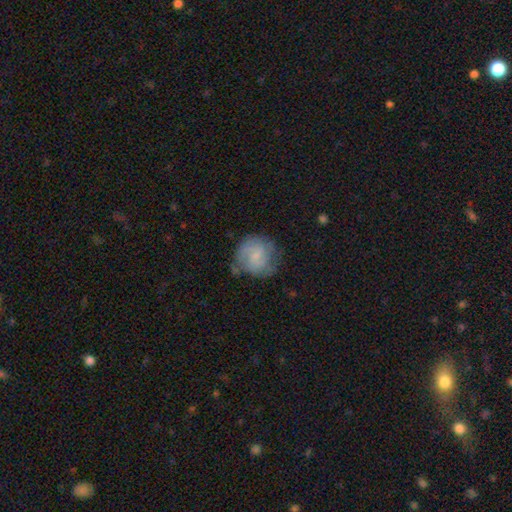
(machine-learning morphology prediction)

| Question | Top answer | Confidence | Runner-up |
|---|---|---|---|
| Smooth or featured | featured or disk | 46% | tied: smooth (46%) |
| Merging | none | 59% | minor disturbance (26%) |